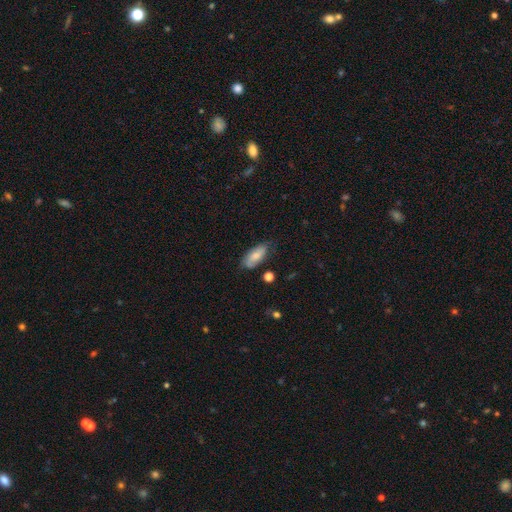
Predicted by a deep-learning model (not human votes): Morphology: type=smooth (73%); roundness=in between (83%); merging=none (68%).